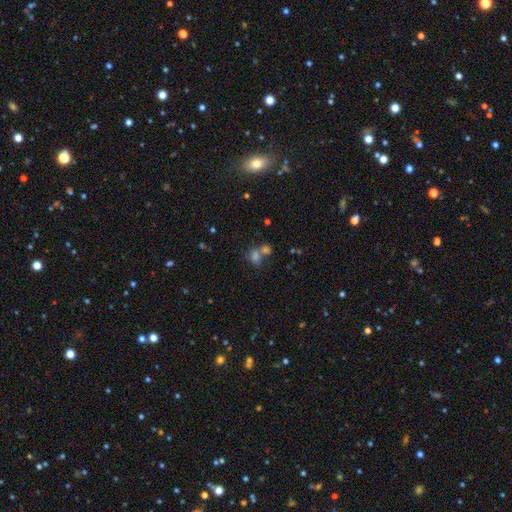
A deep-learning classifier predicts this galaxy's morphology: Overall: smooth (59%; star or artifact 28%). How rounded: in between (52%; round 45%). Merging: none (43%, tied with merger).